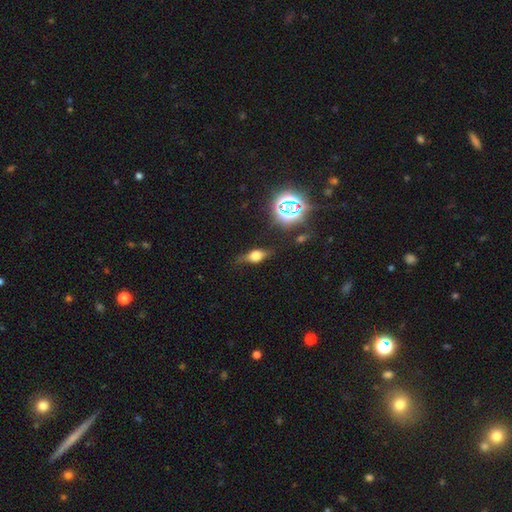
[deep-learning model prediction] The model was most divided on "smooth or featured": smooth: 47%, featured or disk: 34%, star or artifact: 18%. More confident: merging — none (69%).